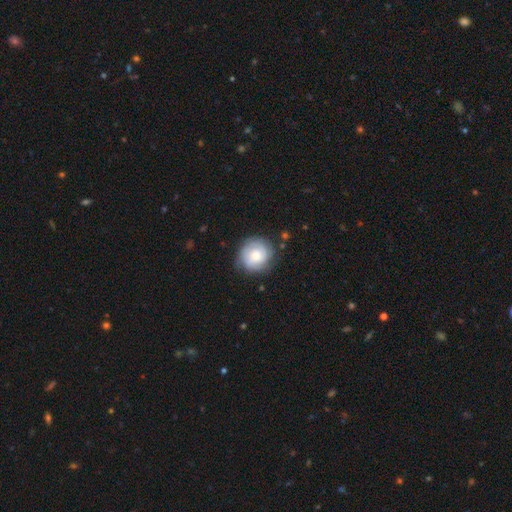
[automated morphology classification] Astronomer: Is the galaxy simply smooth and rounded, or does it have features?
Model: featured or disk — 52% (runner-up: smooth, 40%).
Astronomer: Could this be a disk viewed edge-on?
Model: no — 97%.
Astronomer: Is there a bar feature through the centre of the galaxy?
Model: no — 74%.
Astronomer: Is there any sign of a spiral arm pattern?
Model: yes — 86%.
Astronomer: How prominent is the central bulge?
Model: moderate — 49% (runner-up: small, 33%).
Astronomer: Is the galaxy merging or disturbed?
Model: none — 75%.